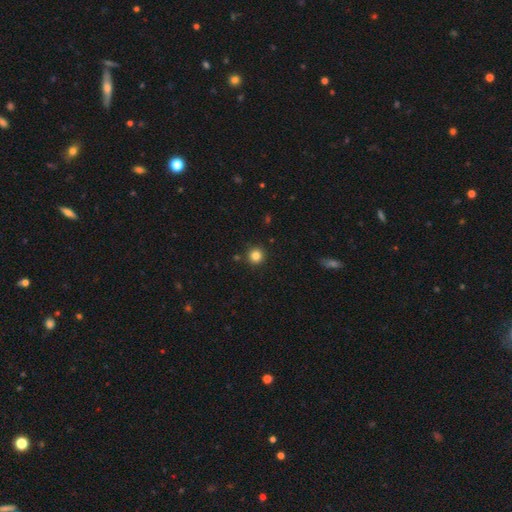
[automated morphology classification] Q: Smooth or featured?
A: smooth (83%); runner-up: star or artifact (12%)
Q: How rounded?
A: round (95%); runner-up: in between (4%)
Q: Merging?
A: none (90%); runner-up: minor disturbance (6%)